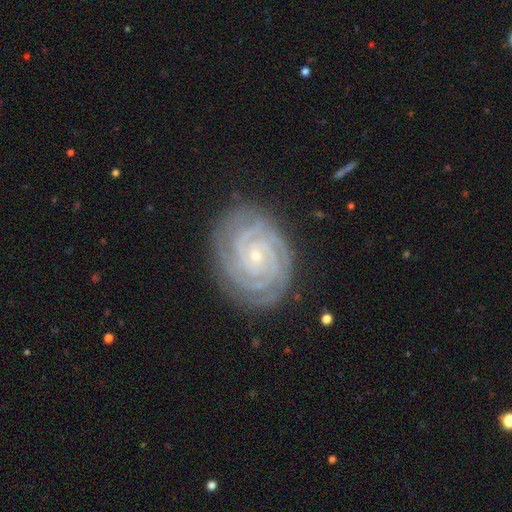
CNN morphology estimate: This is clearly a featured or disk galaxy (91%). It is clearly not viewed edge-on (98%). Bar: likely no (72%). Spiral arm pattern: clearly yes (99%). Spiral arm count: marginally 3 (28%). Spiral winding: clearly tight (87%). Central bulge: clearly small (83%). Merging: clearly none (83%).